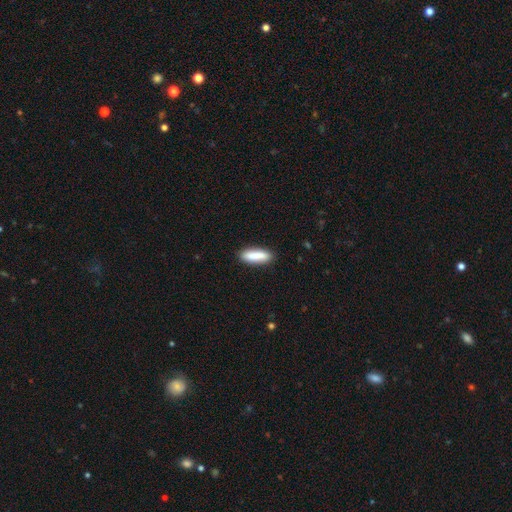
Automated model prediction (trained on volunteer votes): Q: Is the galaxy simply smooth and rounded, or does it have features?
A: smooth — 85%.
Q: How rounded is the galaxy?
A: cigar-shaped — 58%.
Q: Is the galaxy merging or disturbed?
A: none — 87%.